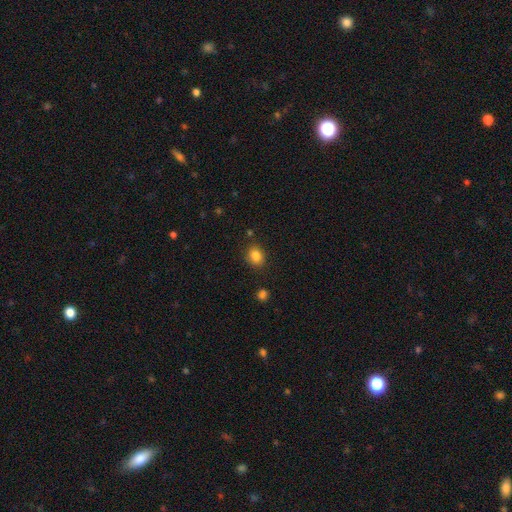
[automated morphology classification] A smooth galaxy with no disk features (84%) that is round (55%).

Vote fractions:
- Smooth or featured? smooth: 84% / star or artifact: 11% / featured or disk: 5%
- How rounded? round: 55% / in between: 45% / cigar-shaped: 1%
- Merging? none: 84% / minor disturbance: 10% / major disturbance: 3% / merger: 3%